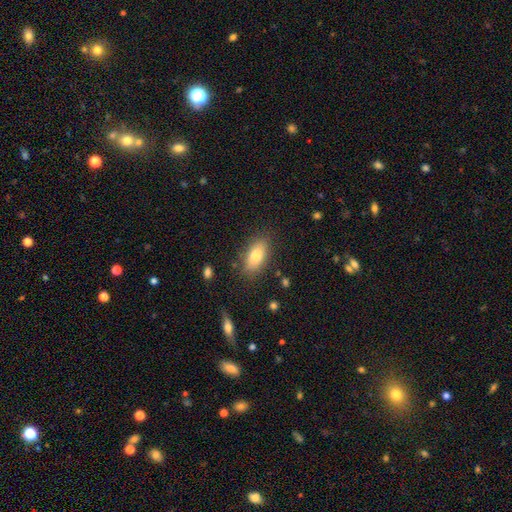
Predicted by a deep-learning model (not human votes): Smooth or featured?
  - smooth: 80% *
  - featured or disk: 12%
  - star or artifact: 8%
How rounded?
  - in between: 87% *
  - cigar-shaped: 9%
  - round: 4%
Merging?
  - none: 83% *
  - minor disturbance: 12%
  - major disturbance: 3%
  - merger: 2%